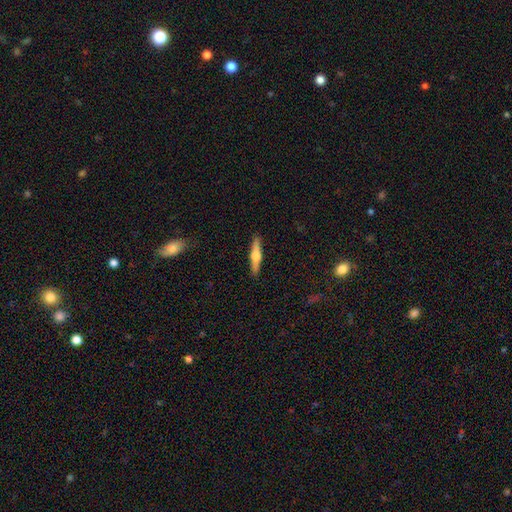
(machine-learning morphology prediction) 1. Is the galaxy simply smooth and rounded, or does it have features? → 57% featured or disk, 38% smooth, 6% star or artifact.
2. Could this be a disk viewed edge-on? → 96% yes, 4% no.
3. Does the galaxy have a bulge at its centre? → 92% rounded, 5% boxy, 3% none.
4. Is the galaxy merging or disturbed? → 91% none, 7% minor disturbance, 2% major disturbance, 1% merger.